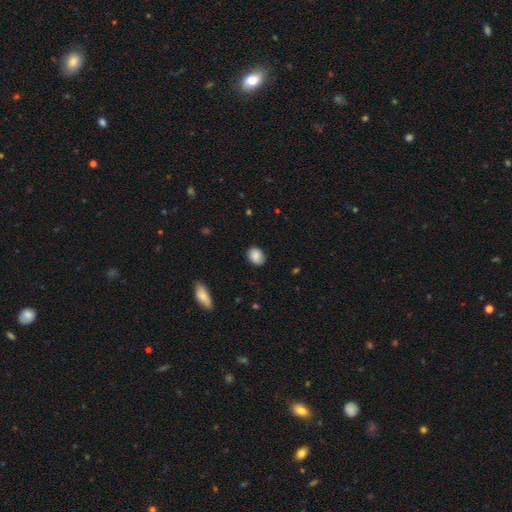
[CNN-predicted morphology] Smooth or featured? Predicted: smooth (p=0.87). How rounded? Predicted: in between (p=0.60). Merging? Predicted: none (p=0.85).